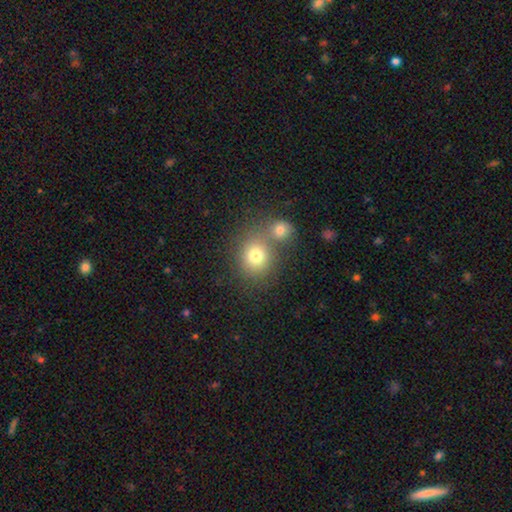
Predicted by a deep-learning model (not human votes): Q: Smooth or featured?
A: smooth (76%); runner-up: star or artifact (14%)
Q: How rounded?
A: round (80%); runner-up: in between (19%)
Q: Merging?
A: none (52%); runner-up: merger (36%)